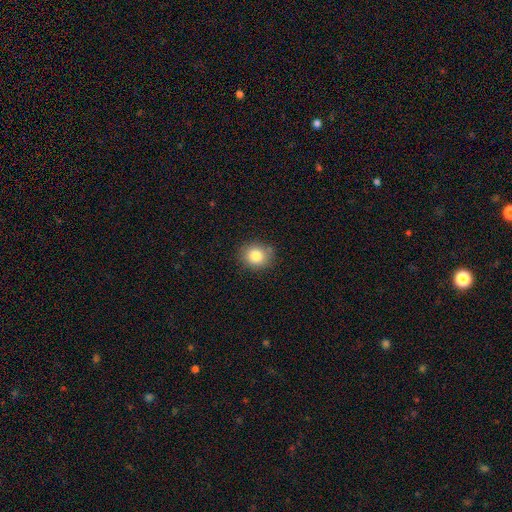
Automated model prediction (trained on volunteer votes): smooth-or-featured: smooth: 82% | star or artifact: 10% | featured or disk: 7%
  how-rounded: round: 77% | in between: 23% | cigar-shaped: 1%
  merging: none: 83% | minor disturbance: 12% | major disturbance: 3% | merger: 2%